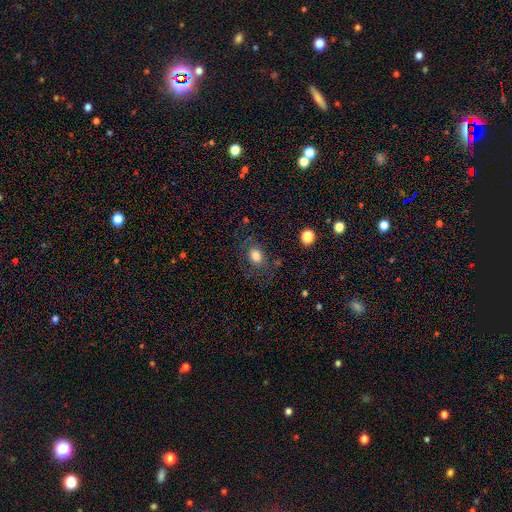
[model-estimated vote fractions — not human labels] The model was most divided on "how rounded": in between: 59%, round: 39%, cigar-shaped: 1%. More confident: smooth or featured — smooth (78%); merging — none (70%).